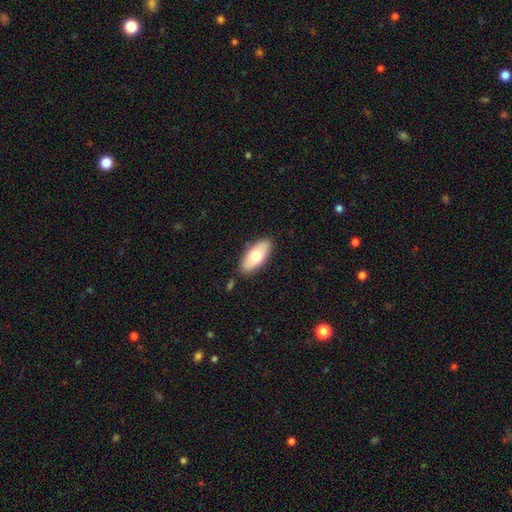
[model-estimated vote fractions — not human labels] smooth 68%, featured or disk 26%, star or artifact 6%. Down the decision tree: how rounded — in between (89%); merging — none (85%).